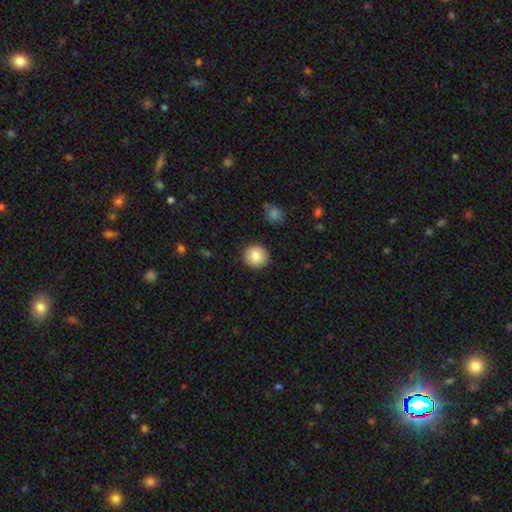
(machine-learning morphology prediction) A smooth galaxy with no disk features (85%) that is round (91%).

Vote fractions:
- Smooth or featured? smooth: 85% / star or artifact: 8% / featured or disk: 7%
- How rounded? round: 91% / in between: 8% / cigar-shaped: 1%
- Merging? none: 91% / minor disturbance: 6% / major disturbance: 2% / merger: 1%